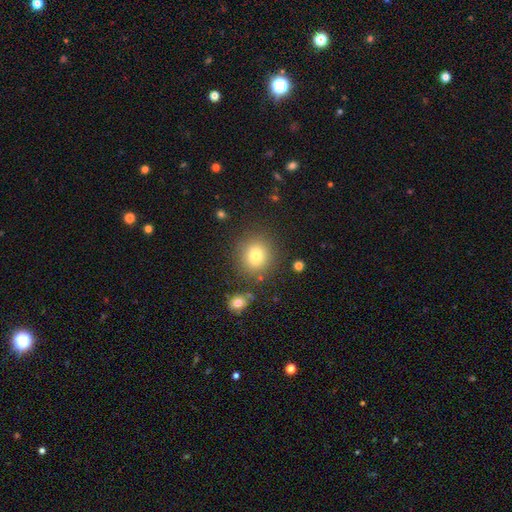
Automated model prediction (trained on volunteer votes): A smooth galaxy with no disk features (79%) that is round (85%). Merging: none (83%).